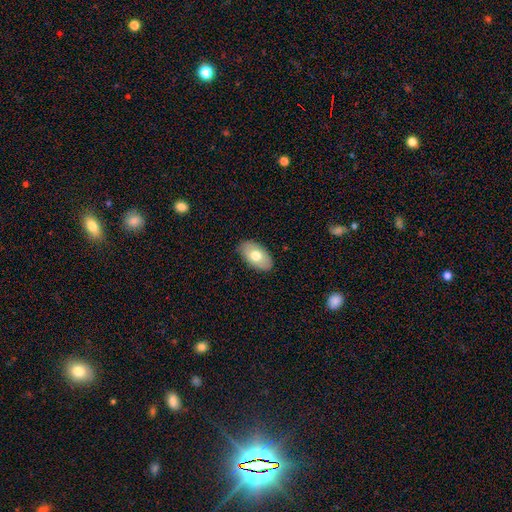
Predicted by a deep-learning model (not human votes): Smooth or featured? smooth (71%)
How rounded? in between (95%)
Merging? none (88%)